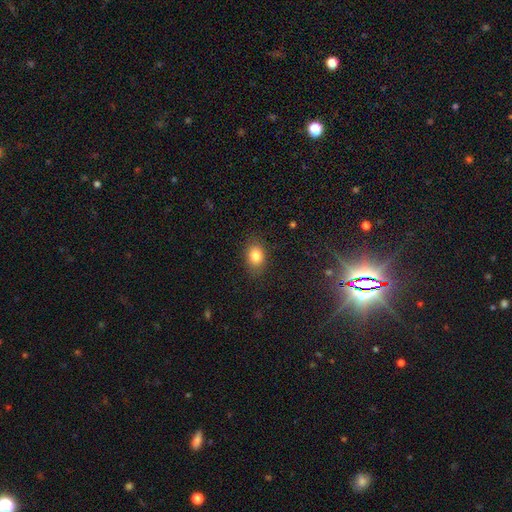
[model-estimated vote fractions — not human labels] Smooth or featured? smooth (83%)
How rounded? in between (68%)
Merging? none (84%)